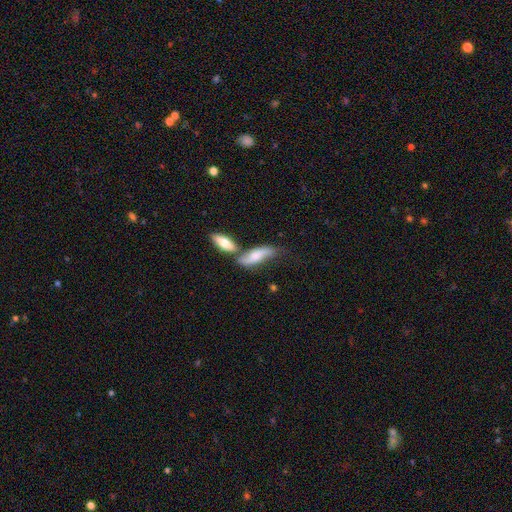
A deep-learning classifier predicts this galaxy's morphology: The model was most divided on "merging": merger: 40%, none: 34%, minor disturbance: 18%, major disturbance: 8%. More confident: how rounded — in between (59%); smooth or featured — smooth (56%).